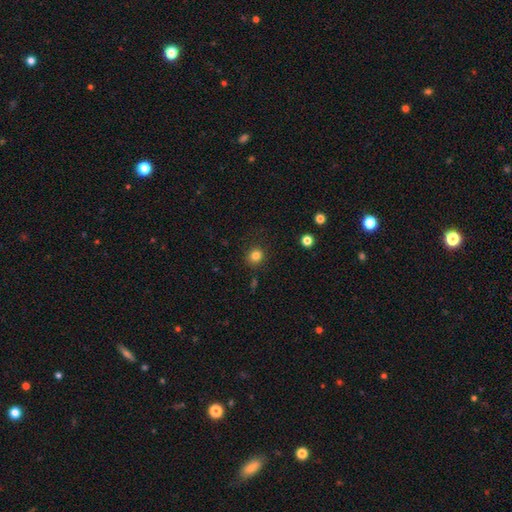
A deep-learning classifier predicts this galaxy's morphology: Smooth or featured? Predicted: smooth (p=0.82). How rounded? Predicted: round (p=0.87). Merging? Predicted: none (p=0.87).